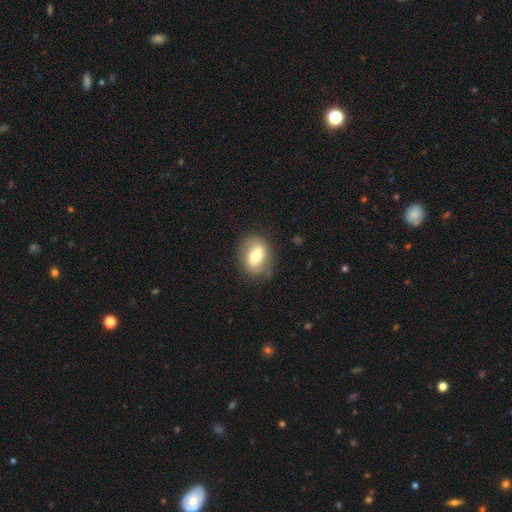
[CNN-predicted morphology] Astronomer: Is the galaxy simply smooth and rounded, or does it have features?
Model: smooth — 64%.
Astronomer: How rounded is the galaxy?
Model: in between — 66%.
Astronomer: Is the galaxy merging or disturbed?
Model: none — 80%.